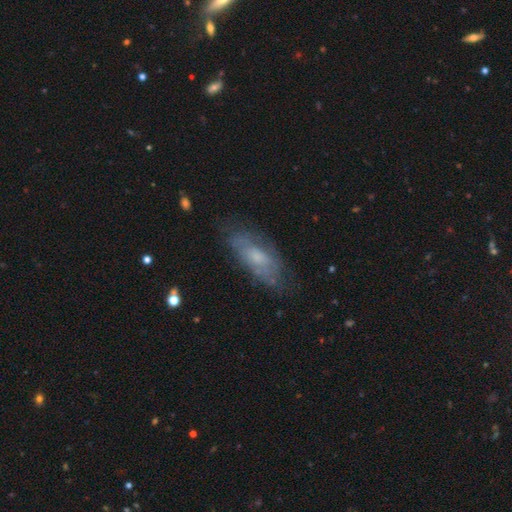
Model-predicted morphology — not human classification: featured or disk 48%, smooth 42%, star or artifact 10%. Down the decision tree: merging — none (70%).